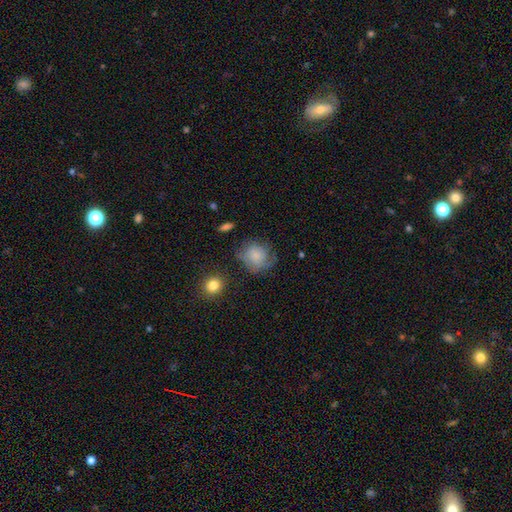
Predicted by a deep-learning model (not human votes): Overall: smooth (69%). How rounded: round (78%). Merging: none (51%; minor disturbance 28%).